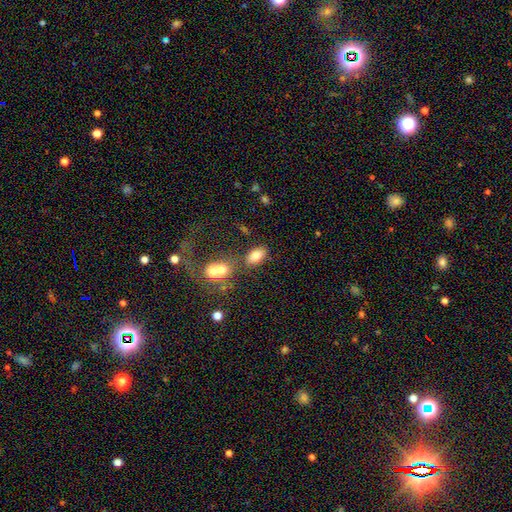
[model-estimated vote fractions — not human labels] A smooth galaxy with no disk features (79%) that is in between round and cigar-shaped (90%).

Vote fractions:
- Smooth or featured? smooth: 79% / featured or disk: 11% / star or artifact: 10%
- How rounded? in between: 90% / round: 8% / cigar-shaped: 2%
- Merging? none: 66% / merger: 18% / minor disturbance: 12% / major disturbance: 5%